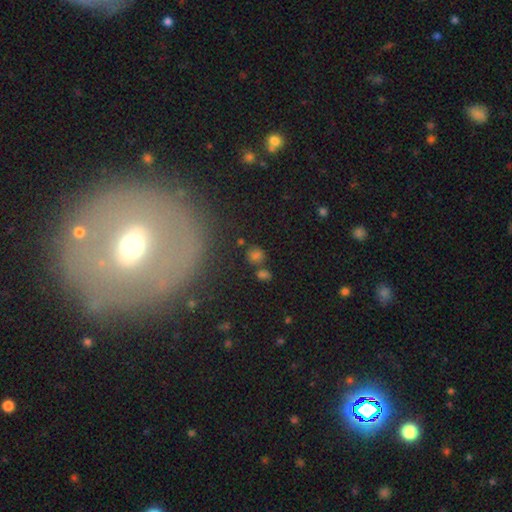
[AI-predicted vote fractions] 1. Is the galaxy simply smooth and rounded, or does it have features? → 70% smooth, 23% star or artifact, 8% featured or disk.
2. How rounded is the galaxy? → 80% round, 18% in between, 2% cigar-shaped.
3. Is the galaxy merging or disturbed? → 76% none, 10% minor disturbance, 10% merger, 4% major disturbance.